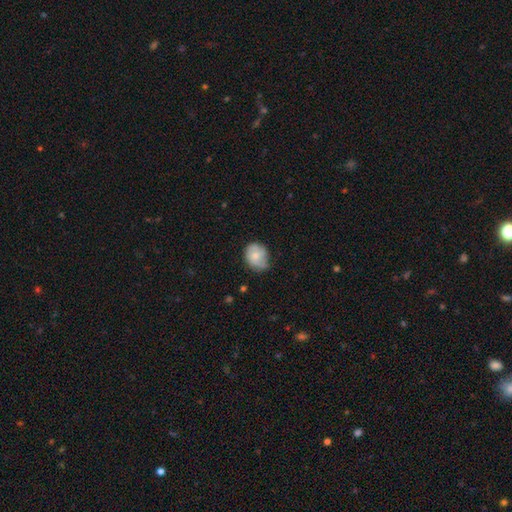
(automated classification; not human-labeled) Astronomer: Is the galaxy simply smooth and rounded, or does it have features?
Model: smooth — 69%.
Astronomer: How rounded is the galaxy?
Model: round — 50%, tied with in between at 50%.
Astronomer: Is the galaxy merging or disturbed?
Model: none — 51% (runner-up: minor disturbance, 38%).